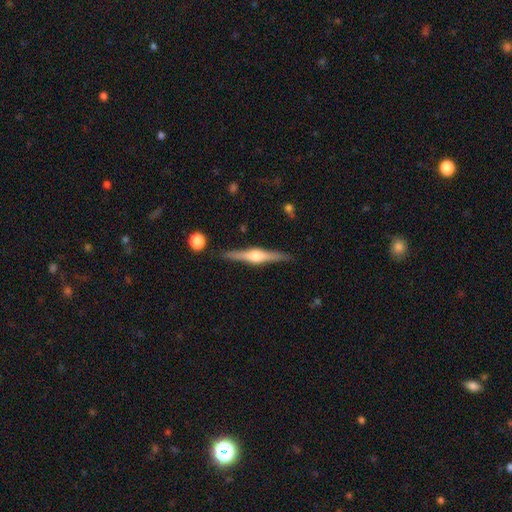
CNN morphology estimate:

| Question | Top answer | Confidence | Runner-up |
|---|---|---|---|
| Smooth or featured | featured or disk | 77% | smooth (17%) |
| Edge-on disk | yes | 98% | no (2%) |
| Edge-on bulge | rounded | 92% | boxy (6%) |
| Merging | none | 89% | minor disturbance (7%) |